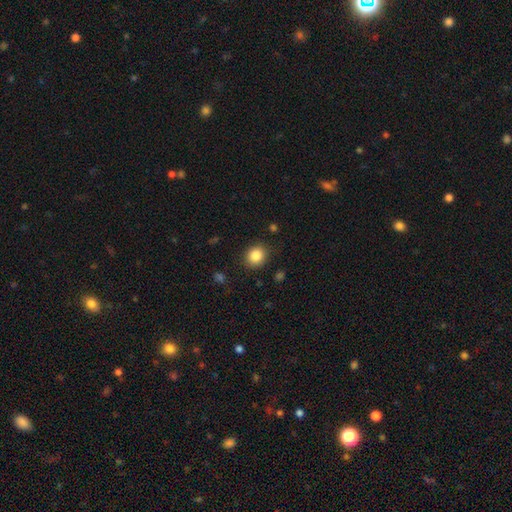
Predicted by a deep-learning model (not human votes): A smooth galaxy with no disk features (85%) that is round (76%).

Vote fractions:
- Smooth or featured? smooth: 85% / star or artifact: 10% / featured or disk: 5%
- How rounded? round: 76% / in between: 23% / cigar-shaped: 1%
- Merging? none: 87% / minor disturbance: 9% / major disturbance: 3% / merger: 1%